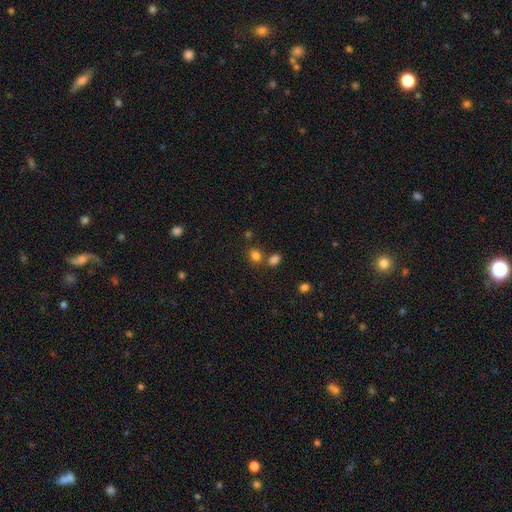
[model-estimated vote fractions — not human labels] smooth 80%, star or artifact 15%, featured or disk 5%. Down the decision tree: how rounded — round (56%); merging — none (62%).